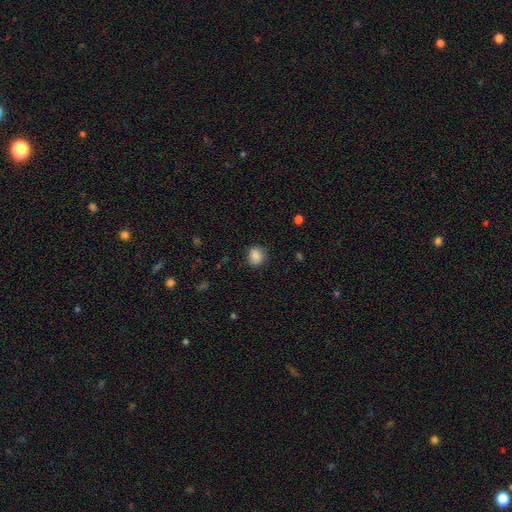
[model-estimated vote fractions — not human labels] Overall: smooth (86%). How rounded: round (75%). Merging: none (83%).